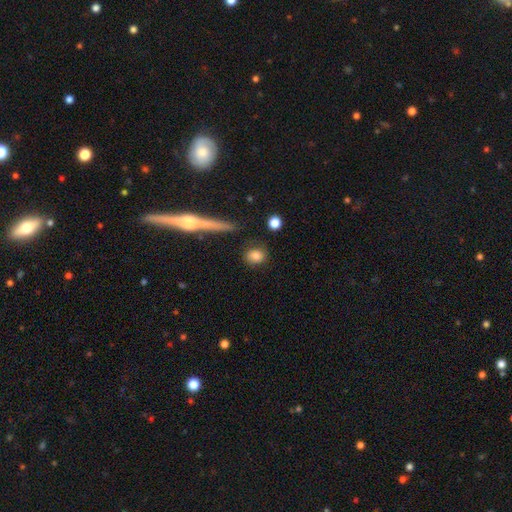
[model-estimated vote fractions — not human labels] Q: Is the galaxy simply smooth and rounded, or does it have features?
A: smooth — 81%.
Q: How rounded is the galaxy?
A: round — 63%.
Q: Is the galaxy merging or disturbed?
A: none — 83%.